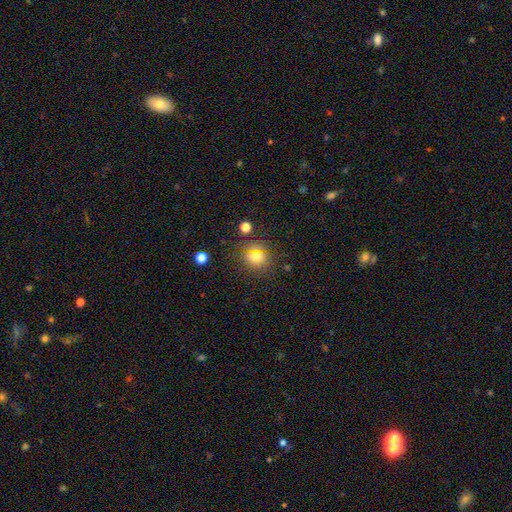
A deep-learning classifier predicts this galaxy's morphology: This is likely a smooth galaxy (70%). How rounded: likely round (76%). Merging: clearly none (81%).